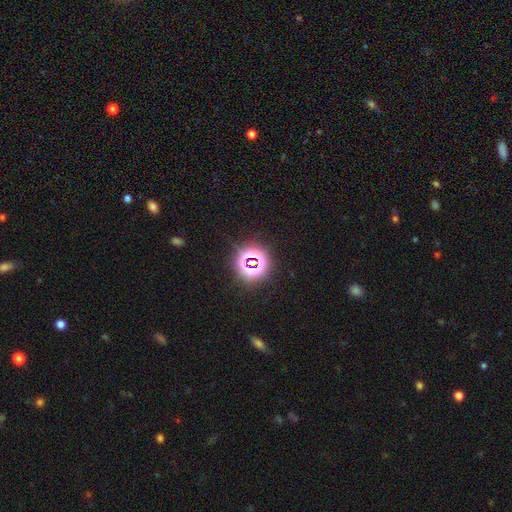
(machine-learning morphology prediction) A star or artifact, not a galaxy (74%).

Vote fractions:
- Smooth or featured? star or artifact: 74% / smooth: 18% / featured or disk: 9%